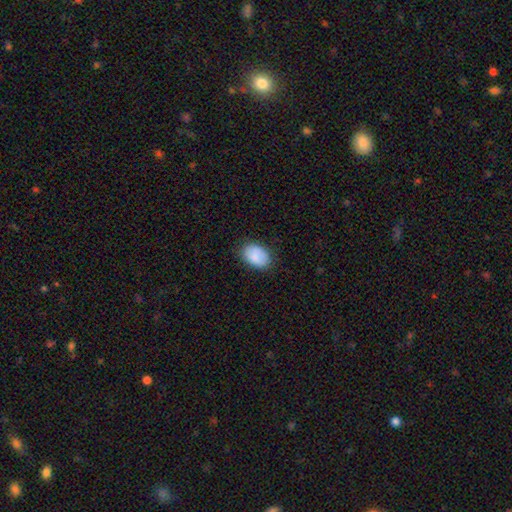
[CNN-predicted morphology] smooth_or_featured: smooth (p=0.84) [alt: featured or disk p=0.09]
how_rounded: in between (p=0.83) [alt: round p=0.16]
merging: none (p=0.81) [alt: minor disturbance p=0.15]